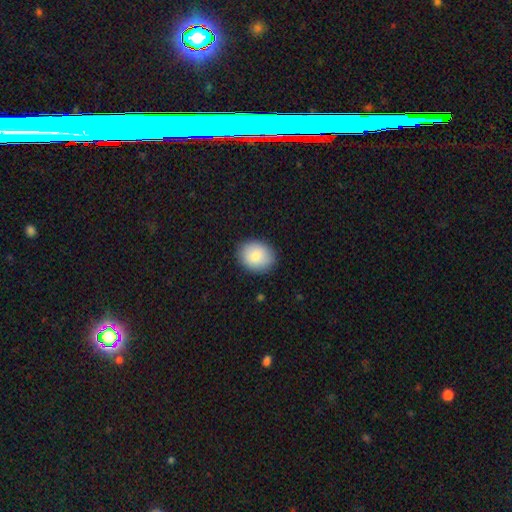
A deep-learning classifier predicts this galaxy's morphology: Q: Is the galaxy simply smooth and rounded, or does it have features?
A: smooth — 85%.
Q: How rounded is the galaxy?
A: in between — 52%.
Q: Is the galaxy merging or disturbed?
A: none — 87%.